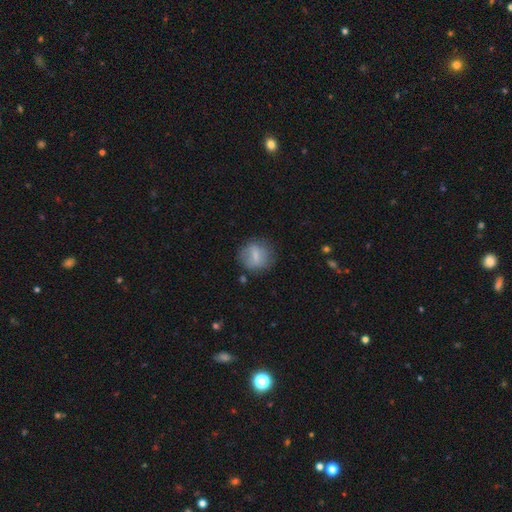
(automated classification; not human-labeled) smooth 67%, featured or disk 24%, star or artifact 9%. Down the decision tree: how rounded — round (79%); merging — none (74%).